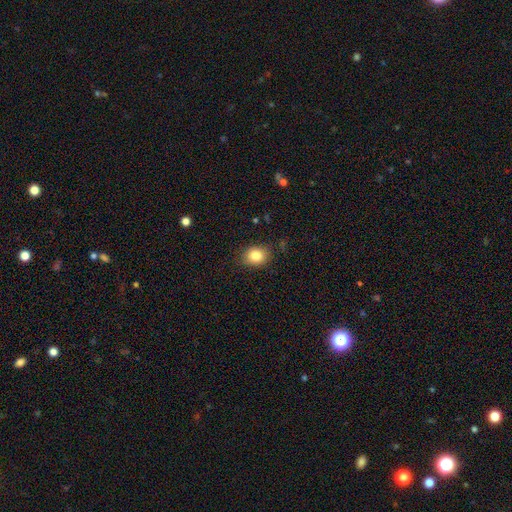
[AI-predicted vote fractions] smooth-or-featured: smooth: 83% | star or artifact: 10% | featured or disk: 7%
  how-rounded: round: 56% | in between: 43% | cigar-shaped: 1%
  merging: none: 84% | minor disturbance: 12% | major disturbance: 3% | merger: 1%